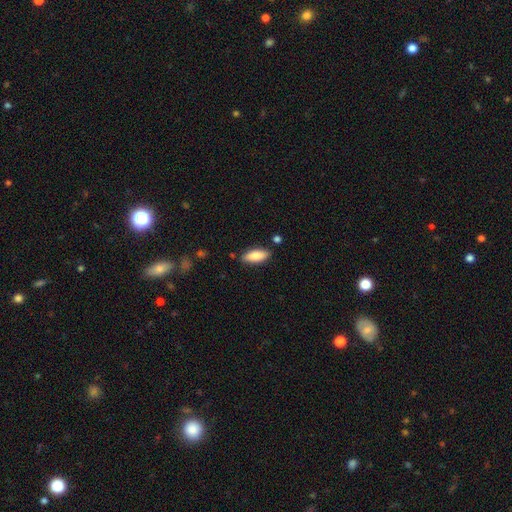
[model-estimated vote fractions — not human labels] This appears to be a smooth galaxy with no disk features (82%) that is in between round and cigar-shaped (74%). Merging: none (84%).